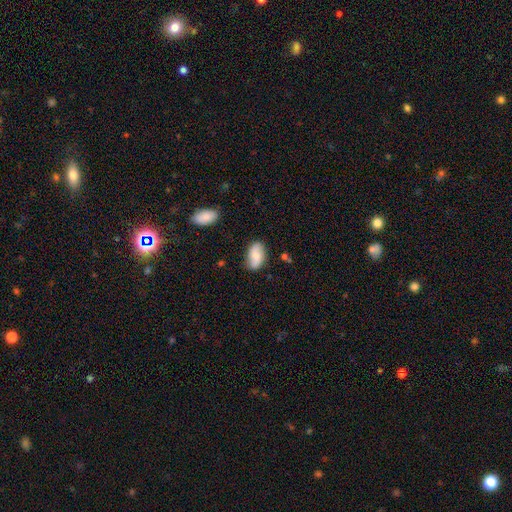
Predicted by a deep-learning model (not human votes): The model was most divided on "smooth or featured": smooth: 58%, featured or disk: 34%, star or artifact: 8%. More confident: how rounded — in between (92%); merging — none (74%).